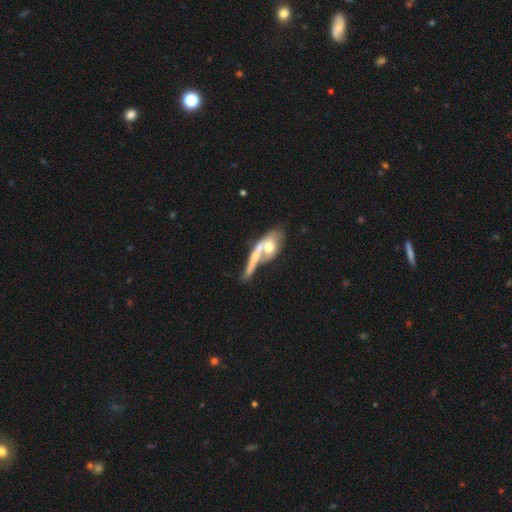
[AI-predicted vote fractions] Smooth or featured? featured or disk (48%)
Merging? merger (59%)